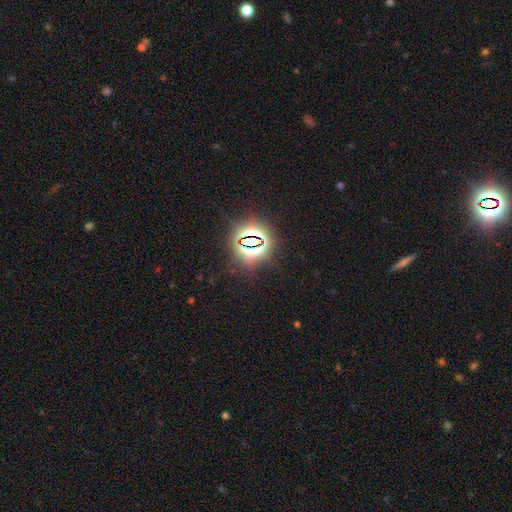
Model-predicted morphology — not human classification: Smooth or featured? star or artifact (81%)